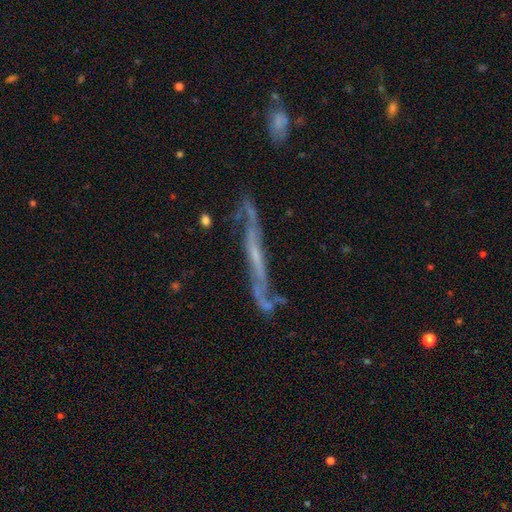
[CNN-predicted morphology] Smooth or featured: featured or disk — 73% (smooth — 16%)
Edge-on disk: yes — 75% (no — 25%)
Edge-on bulge: none — 57% (rounded — 34%)
Merging: none — 63% (minor disturbance — 21%)